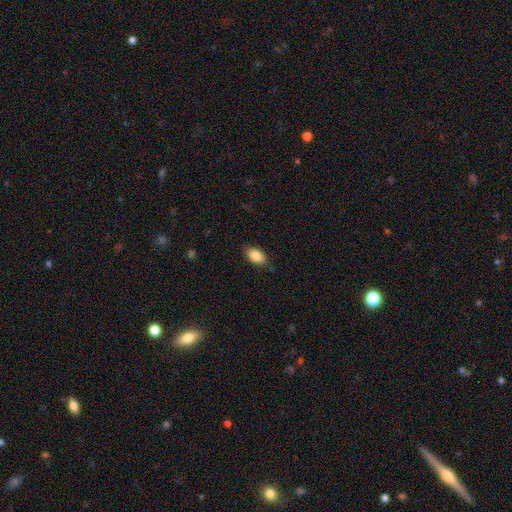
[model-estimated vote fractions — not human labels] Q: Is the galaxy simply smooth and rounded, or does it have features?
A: smooth — 87%.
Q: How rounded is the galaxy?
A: in between — 92%.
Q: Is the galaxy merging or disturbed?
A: none — 83%.